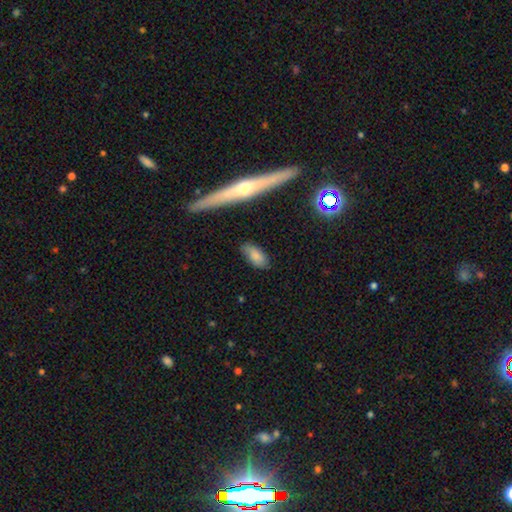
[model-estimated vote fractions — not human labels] A smooth galaxy with no disk features (78%) that is in between round and cigar-shaped (88%).

Vote fractions:
- Smooth or featured? smooth: 78% / featured or disk: 14% / star or artifact: 8%
- How rounded? in between: 88% / cigar-shaped: 9% / round: 3%
- Merging? none: 75% / minor disturbance: 19% / major disturbance: 4% / merger: 2%